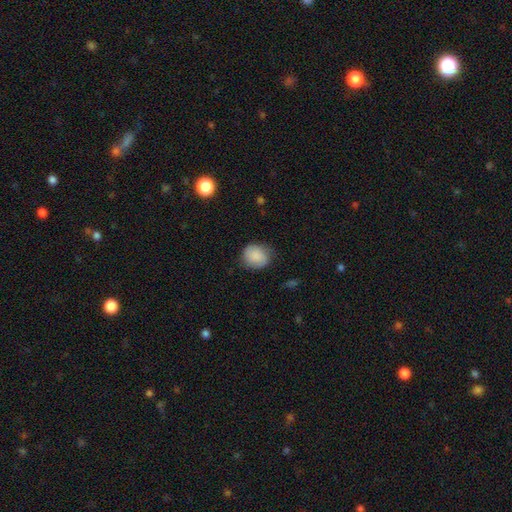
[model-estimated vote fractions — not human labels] Smooth or featured: smooth — 83% (featured or disk — 9%)
How rounded: round — 72% (in between — 27%)
Merging: none — 72% (minor disturbance — 22%)